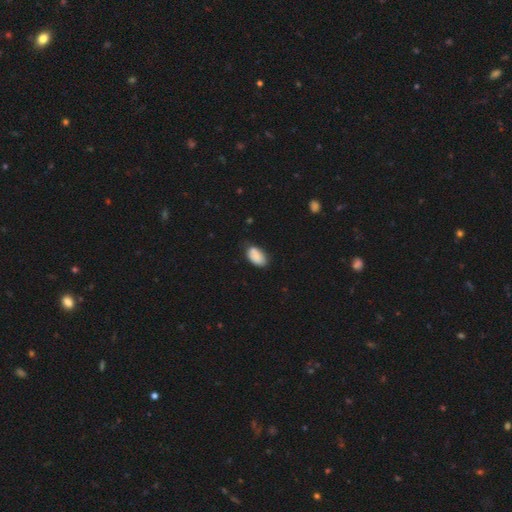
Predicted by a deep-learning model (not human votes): Overall: smooth (87%). How rounded: in between (94%). Merging: none (69%).